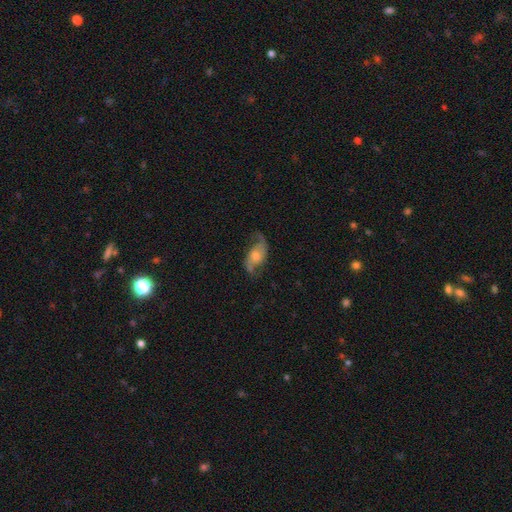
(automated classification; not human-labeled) This is clearly a featured or disk galaxy (80%). It is clearly not viewed edge-on (95%). Bar: likely no (62%). Spiral arm pattern: clearly yes (94%). Spiral arm count: clearly 2 (91%). Spiral winding: likely loose (61%). Central bulge: possibly moderate (51%). Merging: likely none (72%).